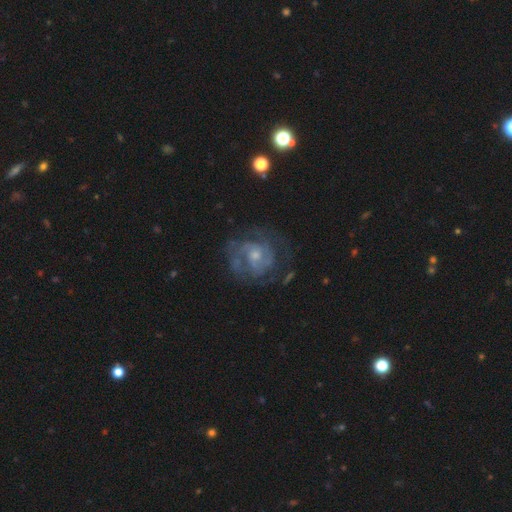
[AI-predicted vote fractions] featured or disk 80%, smooth 13%, star or artifact 7%. Down the decision tree: edge-on disk — no (98%); bar — no (68%); spiral arms — yes (87%); spiral arm count — 2 (38%); spiral winding — tight (49%); bulge size — small (53%); merging — none (63%).